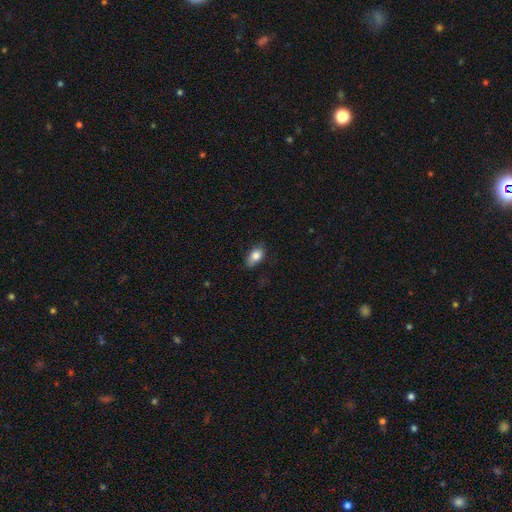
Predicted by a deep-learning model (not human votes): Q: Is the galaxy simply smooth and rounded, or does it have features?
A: smooth — 82%.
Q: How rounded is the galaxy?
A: in between — 87%.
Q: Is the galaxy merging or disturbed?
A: none — 76%.